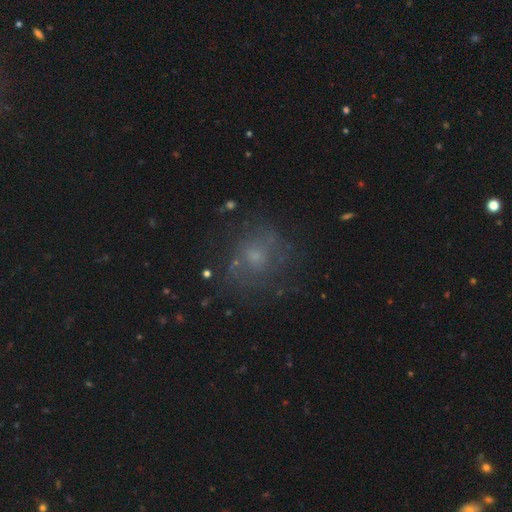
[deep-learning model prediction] Q: Smooth or featured?
A: featured or disk (42%); runner-up: smooth (37%)
Q: Merging?
A: none (67%); runner-up: minor disturbance (17%)